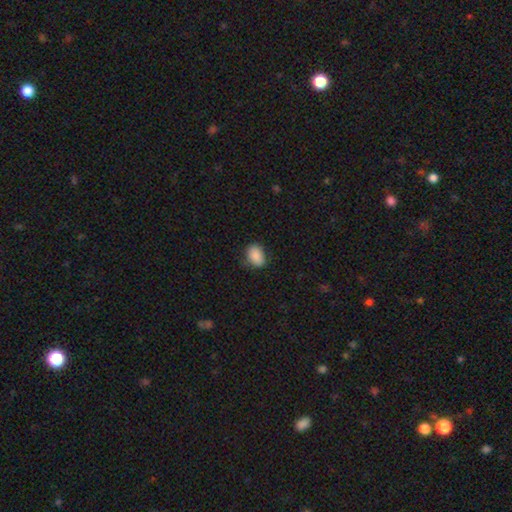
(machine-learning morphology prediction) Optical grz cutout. It shows a smooth galaxy with no disk features (88%) that is in between round and cigar-shaped (81%). Merging: none (75%).